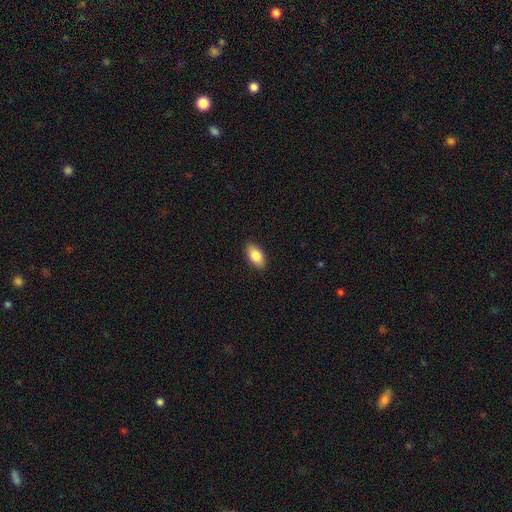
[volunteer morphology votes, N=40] Q: Smooth or featured?
A: smooth (75%); runner-up: featured or disk (12%)
Q: How rounded?
A: in between (90%); runner-up: round (7%)
Q: Merging?
A: none (94%); runner-up: minor disturbance (3%)